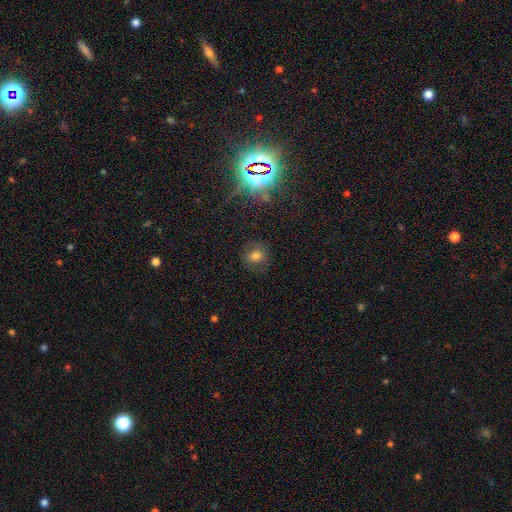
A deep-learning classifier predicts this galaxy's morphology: Smooth or featured: smooth — 69% (star or artifact — 18%)
How rounded: round — 74% (in between — 25%)
Merging: none — 81% (minor disturbance — 13%)